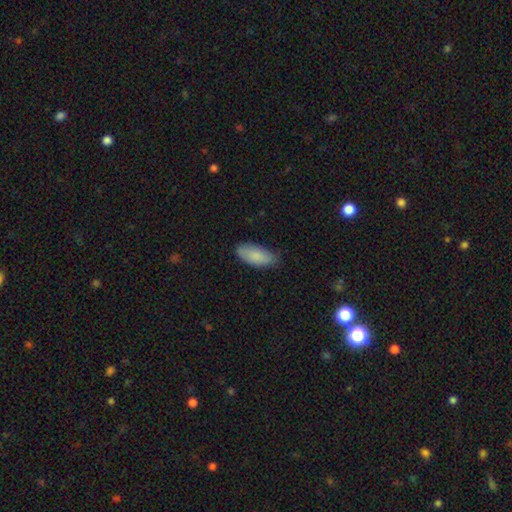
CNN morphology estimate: A smooth galaxy with no disk features (86%) that is in between round and cigar-shaped (86%). Merging: none (75%).